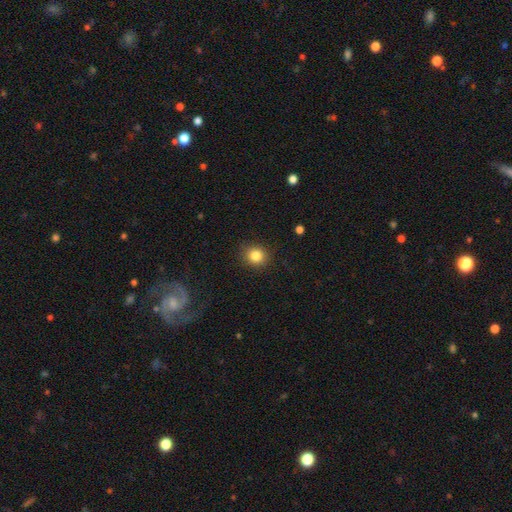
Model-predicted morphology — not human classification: smooth_or_featured: smooth (p=0.84) [alt: star or artifact p=0.11]
how_rounded: round (p=0.81) [alt: in between p=0.18]
merging: none (p=0.89) [alt: minor disturbance p=0.08]